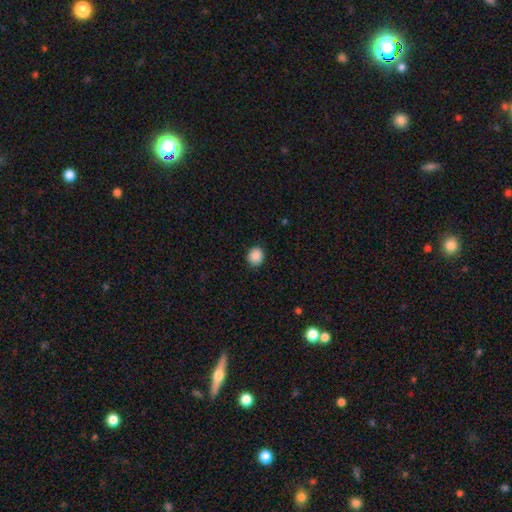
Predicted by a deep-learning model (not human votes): Smooth or featured?
  - smooth: 89% *
  - star or artifact: 9%
  - featured or disk: 2%
How rounded?
  - round: 75% *
  - in between: 24%
  - cigar-shaped: 1%
Merging?
  - none: 86% *
  - minor disturbance: 10%
  - major disturbance: 2%
  - merger: 1%